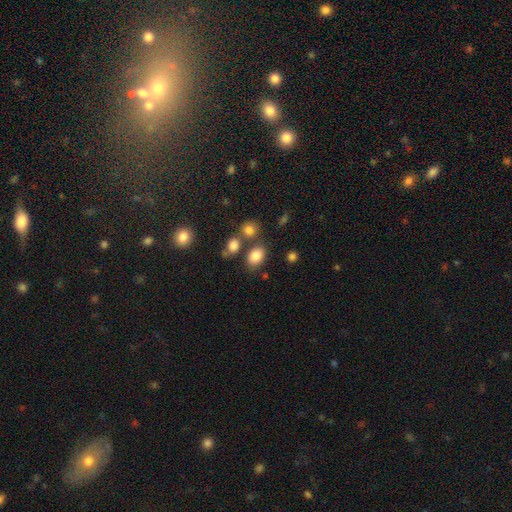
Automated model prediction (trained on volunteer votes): smooth-or-featured: smooth: 83% | star or artifact: 10% | featured or disk: 7%
  how-rounded: in between: 73% | round: 26% | cigar-shaped: 1%
  merging: none: 69% | merger: 14% | minor disturbance: 12% | major disturbance: 4%